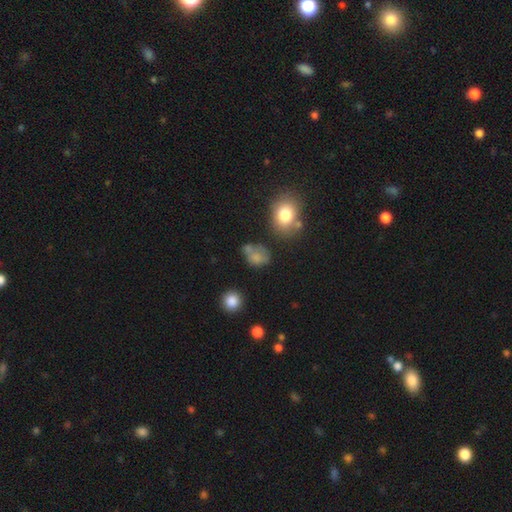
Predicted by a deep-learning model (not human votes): Smooth or featured: smooth — 69% (featured or disk — 16%)
How rounded: in between — 61% (round — 37%)
Merging: none — 40% (minor disturbance — 26%)